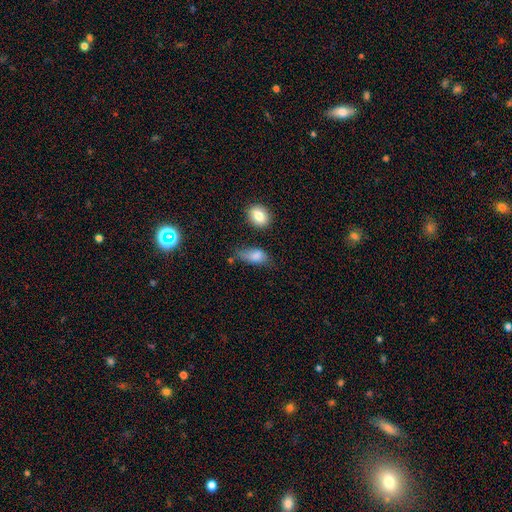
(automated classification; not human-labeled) Q: Smooth or featured?
A: smooth (80%); runner-up: featured or disk (11%)
Q: How rounded?
A: in between (83%); runner-up: cigar-shaped (9%)
Q: Merging?
A: none (40%); runner-up: minor disturbance (37%)